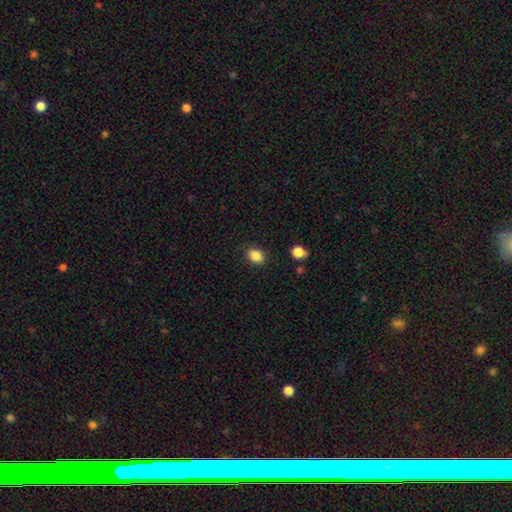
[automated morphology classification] Smooth or featured? Predicted: smooth (p=0.86). How rounded? Predicted: in between (p=0.64). Merging? Predicted: none (p=0.85).